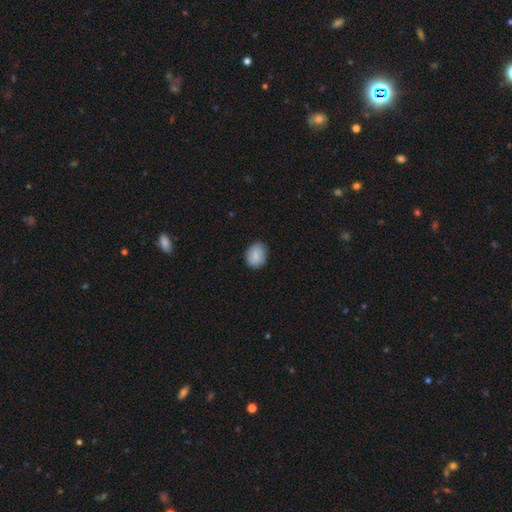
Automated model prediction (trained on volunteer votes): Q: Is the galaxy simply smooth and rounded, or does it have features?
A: smooth — 81%.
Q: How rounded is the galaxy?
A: in between — 55%.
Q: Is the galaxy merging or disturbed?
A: none — 82%.